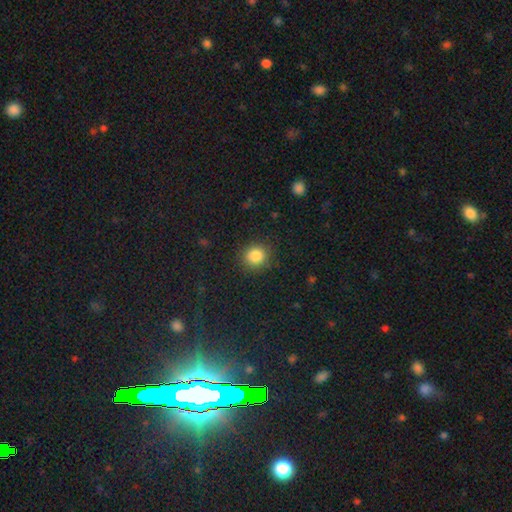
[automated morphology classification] smooth_or_featured: smooth (p=0.85) [alt: star or artifact p=0.11]
how_rounded: round (p=0.87) [alt: in between p=0.12]
merging: none (p=0.89) [alt: minor disturbance p=0.08]